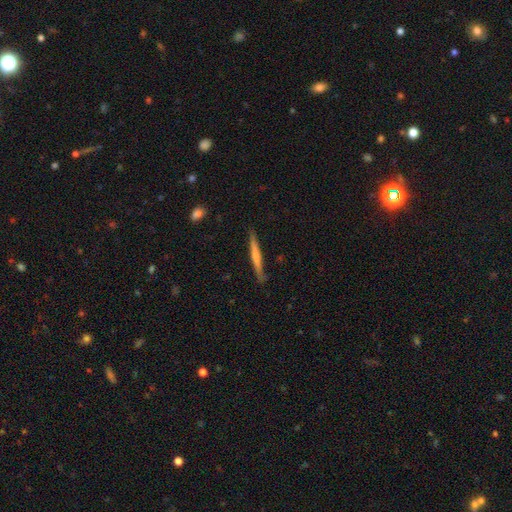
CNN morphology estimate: type=smooth (49%); merging=none (83%).